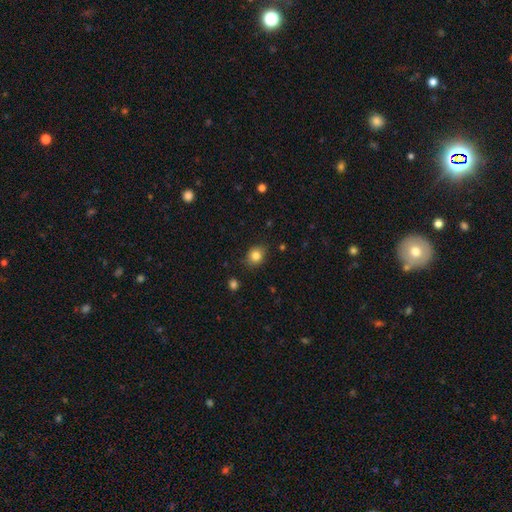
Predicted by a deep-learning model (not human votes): Smooth or featured? Predicted: smooth (p=0.83). How rounded? Predicted: round (p=0.63). Merging? Predicted: none (p=0.82).